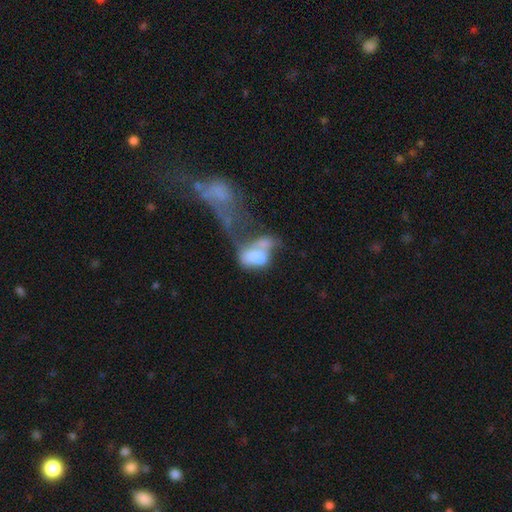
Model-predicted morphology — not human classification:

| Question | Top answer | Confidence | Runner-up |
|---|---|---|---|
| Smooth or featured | smooth | 55% | featured or disk (35%) |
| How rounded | in between | 87% | round (9%) |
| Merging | merger | 57% | major disturbance (28%) |